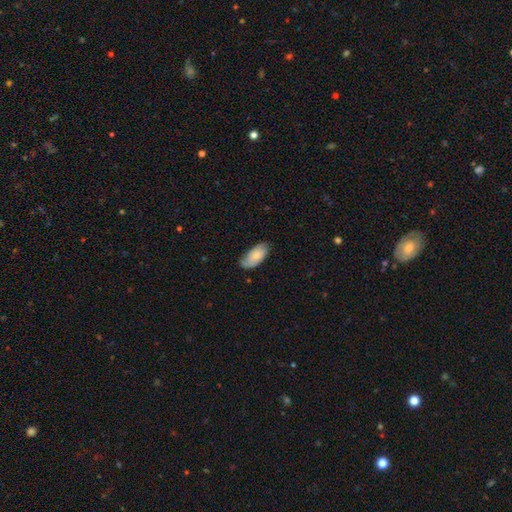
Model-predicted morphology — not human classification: Smooth or featured? smooth (79%)
How rounded? in between (92%)
Merging? none (69%)